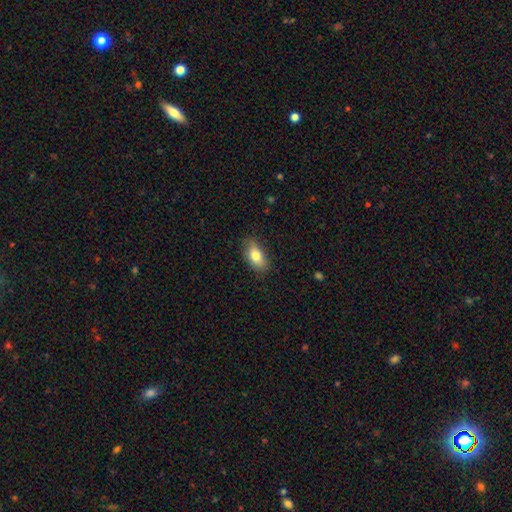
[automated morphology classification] This is likely a smooth galaxy (78%). How rounded: clearly in between (88%). Merging: clearly none (82%).